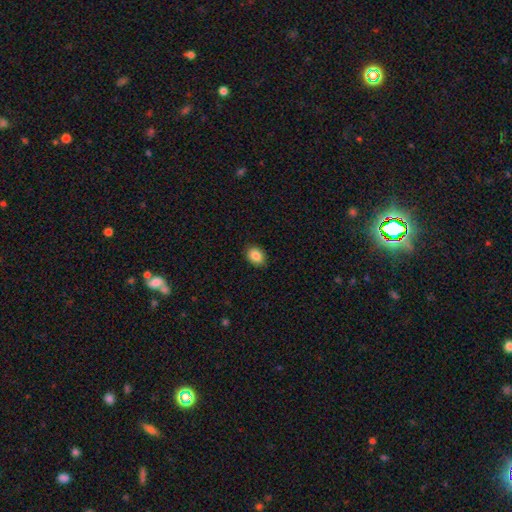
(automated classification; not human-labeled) Smooth or featured?
  - smooth: 86% *
  - star or artifact: 9%
  - featured or disk: 5%
How rounded?
  - in between: 70% *
  - round: 28%
  - cigar-shaped: 1%
Merging?
  - none: 86% *
  - minor disturbance: 11%
  - major disturbance: 2%
  - merger: 1%